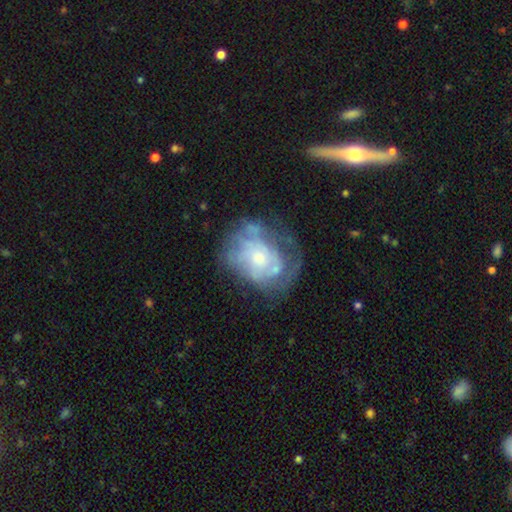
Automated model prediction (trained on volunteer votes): Overall: featured or disk (72%). Edge-on disk: no (94%). Bar: no (82%). Spiral arms: yes (68%; no 32%). Bulge size: small (57%; moderate 36%). Merging: none (56%; minor disturbance 23%).